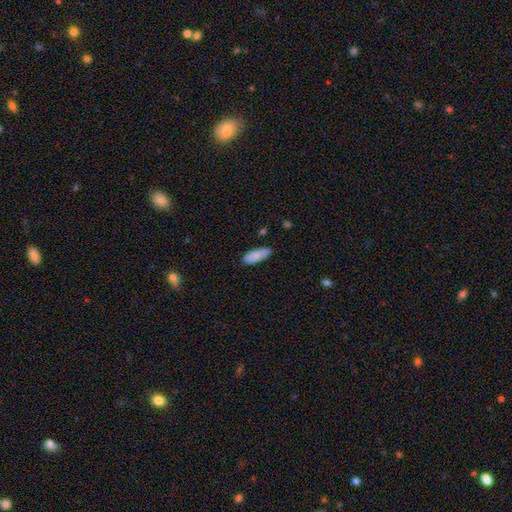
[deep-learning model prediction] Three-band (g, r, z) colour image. It shows a smooth galaxy with no disk features (86%) that is in between round and cigar-shaped (78%). Merging: none (76%).